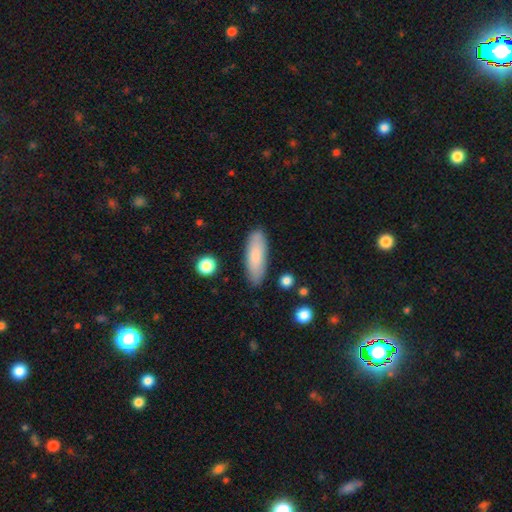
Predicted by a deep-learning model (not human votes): smooth 81%, featured or disk 13%, star or artifact 6%. Down the decision tree: how rounded — in between (55%); merging — none (85%).